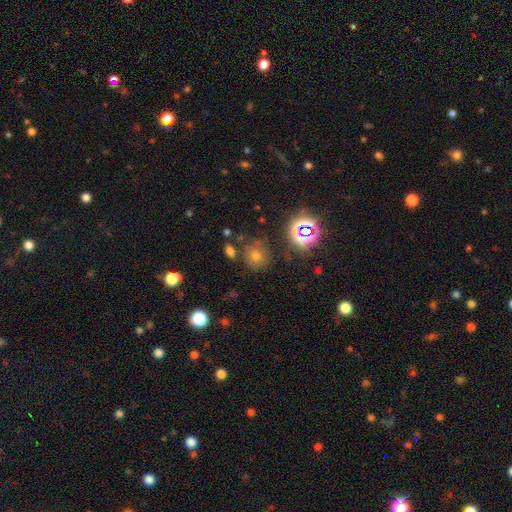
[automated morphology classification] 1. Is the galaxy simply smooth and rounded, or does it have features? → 61% smooth, 28% star or artifact, 11% featured or disk.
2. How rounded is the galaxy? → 87% round, 11% in between, 1% cigar-shaped.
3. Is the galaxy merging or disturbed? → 77% none, 12% minor disturbance, 6% merger, 5% major disturbance.